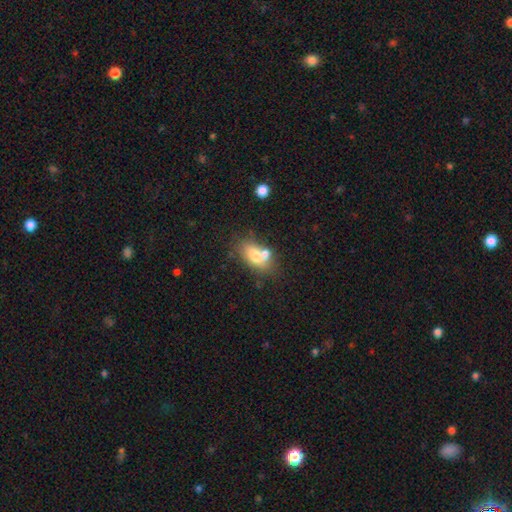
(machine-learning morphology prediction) The model was most divided on "merging": none: 46%, merger: 34%, minor disturbance: 15%, major disturbance: 5%. More confident: how rounded — in between (84%); smooth or featured — smooth (70%).